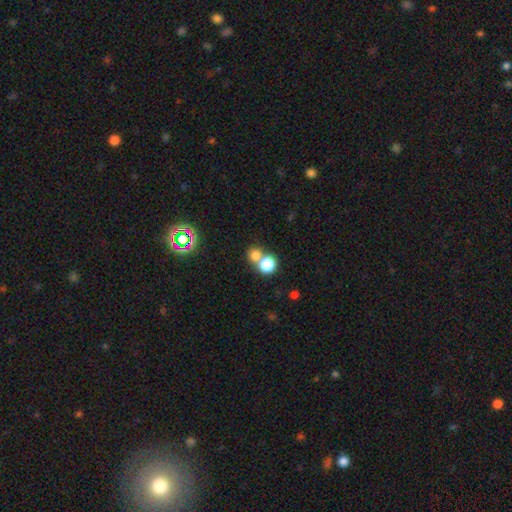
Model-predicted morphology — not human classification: Smooth or featured? smooth (76%)
How rounded? round (85%)
Merging? none (47%)